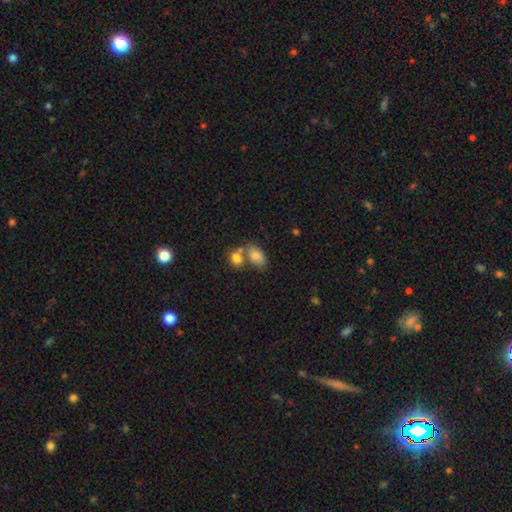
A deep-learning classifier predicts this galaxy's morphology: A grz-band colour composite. It shows a smooth galaxy with no disk features (81%) that is in between round and cigar-shaped (87%). Merging: none (41%).